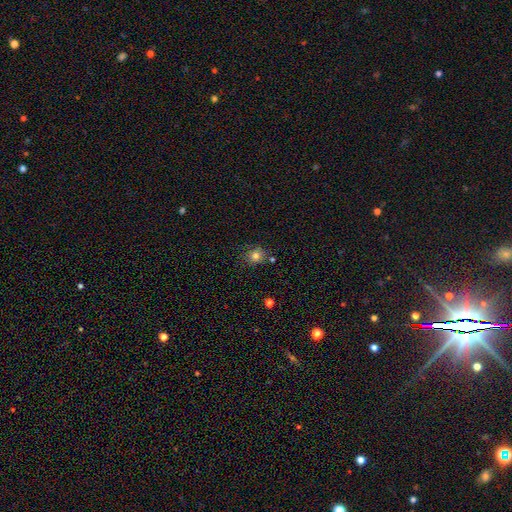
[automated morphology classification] smooth-or-featured: smooth: 79% | star or artifact: 13% | featured or disk: 8%
  how-rounded: round: 83% | in between: 16% | cigar-shaped: 1%
  merging: none: 77% | minor disturbance: 14% | merger: 6% | major disturbance: 3%